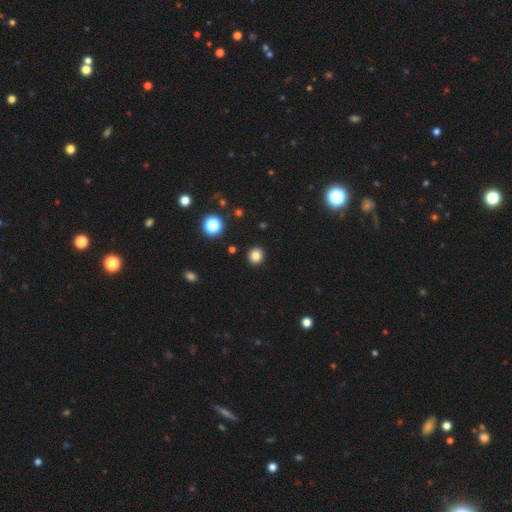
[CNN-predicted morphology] This is clearly a smooth galaxy (83%). How rounded: clearly round (82%). Merging: clearly none (91%).